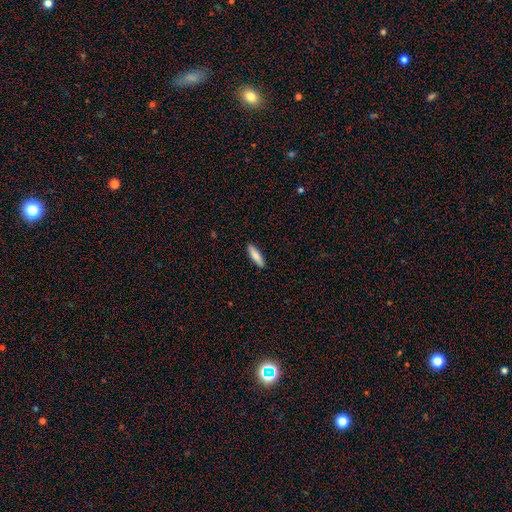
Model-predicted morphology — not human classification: smooth 84%, featured or disk 11%, star or artifact 6%. Down the decision tree: how rounded — cigar-shaped (63%); merging — none (90%).